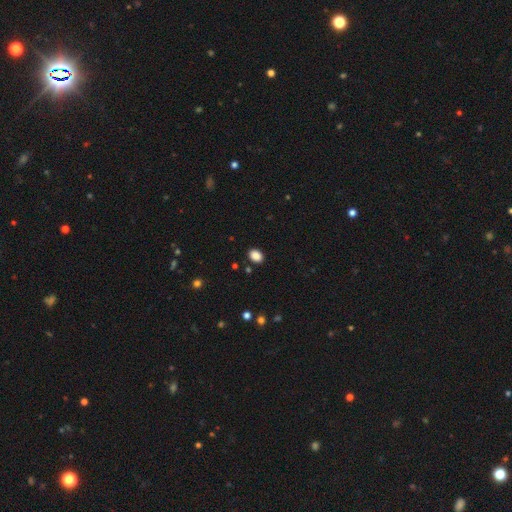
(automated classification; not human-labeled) Q: Smooth or featured?
A: smooth (88%); runner-up: star or artifact (9%)
Q: How rounded?
A: in between (73%); runner-up: round (26%)
Q: Merging?
A: none (88%); runner-up: minor disturbance (8%)